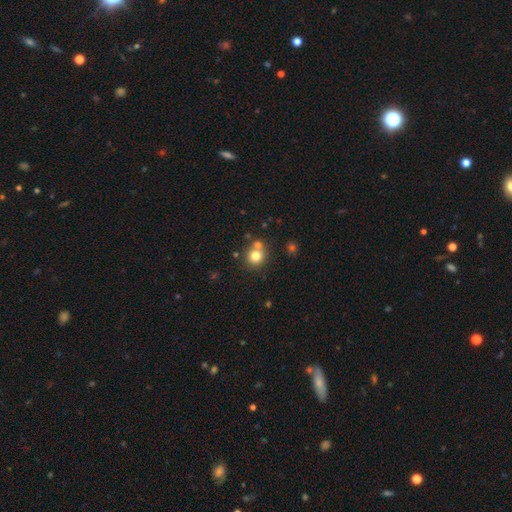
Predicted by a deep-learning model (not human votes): Smooth or featured: smooth — 78% (star or artifact — 12%)
How rounded: round — 88% (in between — 11%)
Merging: none — 62% (merger — 26%)